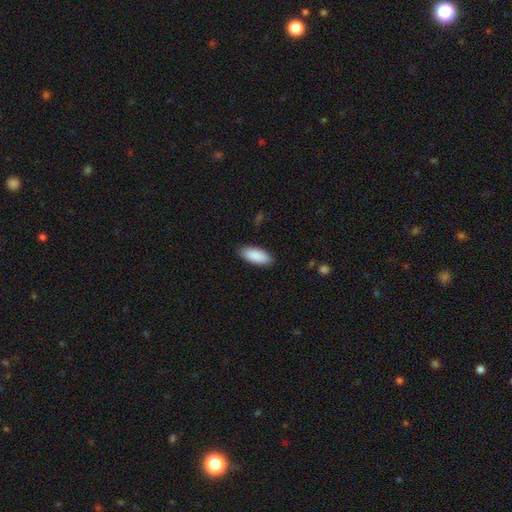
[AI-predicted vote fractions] A smooth galaxy with no disk features (90%) that is in between round and cigar-shaped (85%). Merging: none (87%).